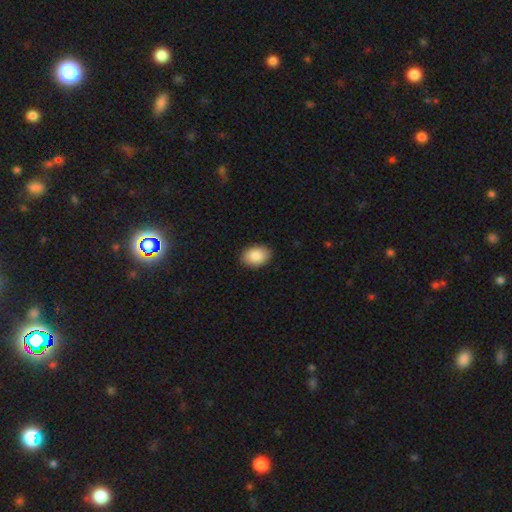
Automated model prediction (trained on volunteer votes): Smooth or featured?
  - smooth: 89% *
  - star or artifact: 7%
  - featured or disk: 4%
How rounded?
  - in between: 80% *
  - round: 19%
  - cigar-shaped: 1%
Merging?
  - none: 89% *
  - minor disturbance: 8%
  - major disturbance: 2%
  - merger: 1%